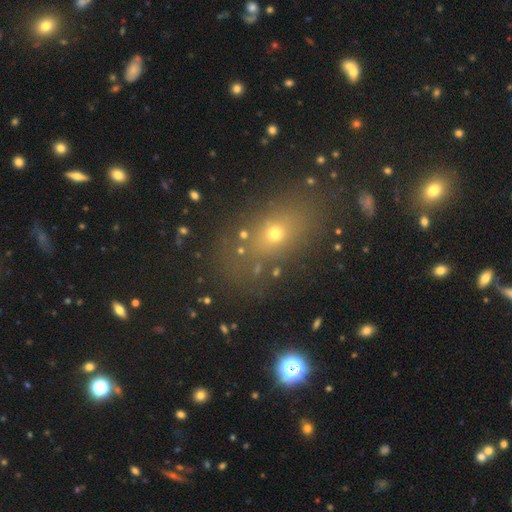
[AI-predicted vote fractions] This appears to be a smooth galaxy with no disk features (52%) that is in between round and cigar-shaped (65%). Merging: none (79%).